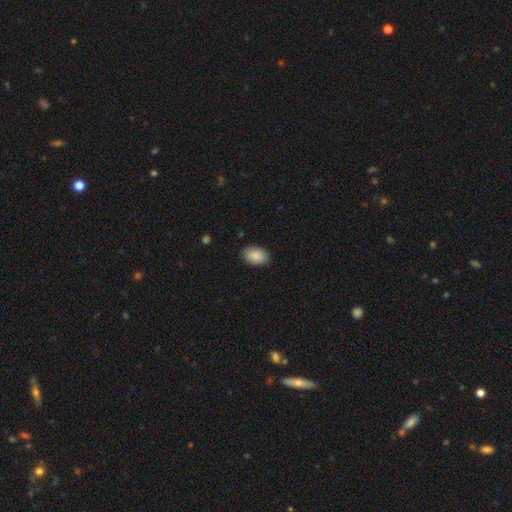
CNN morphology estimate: smooth 89%, star or artifact 7%, featured or disk 5%. Down the decision tree: how rounded — in between (88%); merging — none (86%).